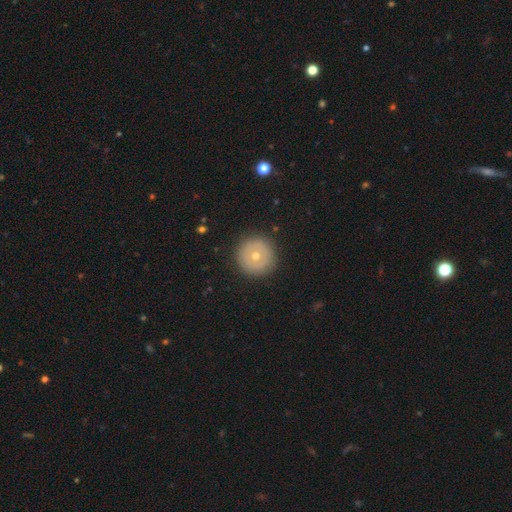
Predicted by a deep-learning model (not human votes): Smooth or featured? Predicted: smooth (p=0.55). How rounded? Predicted: round (p=0.96). Merging? Predicted: none (p=0.90).